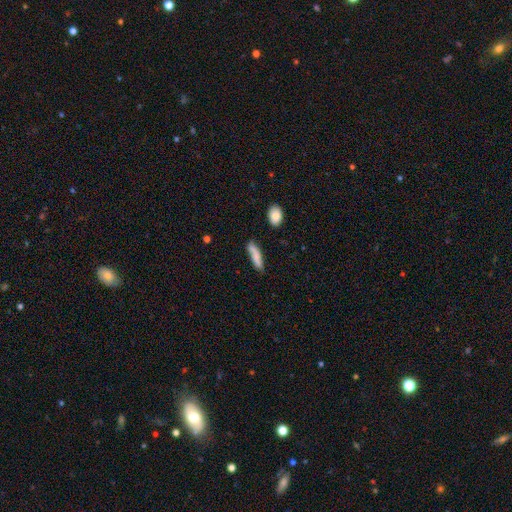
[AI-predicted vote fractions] Overall: smooth (74%). How rounded: cigar-shaped (68%; in between 30%). Merging: none (65%).